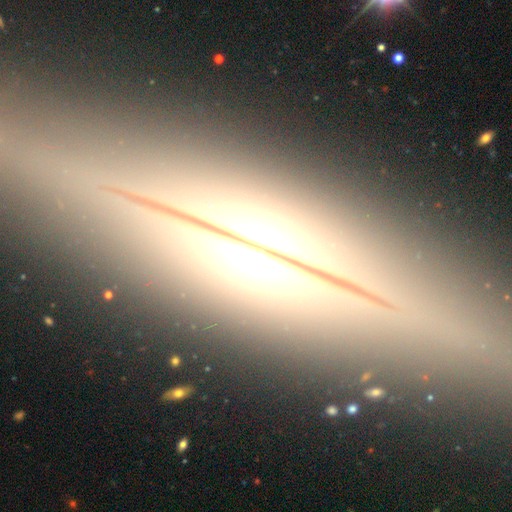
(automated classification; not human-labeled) Smooth or featured? Predicted: featured or disk (p=0.63). Edge-on disk? Predicted: yes (p=0.88). Edge-on bulge? Predicted: rounded (p=0.85). Merging? Predicted: none (p=0.88).